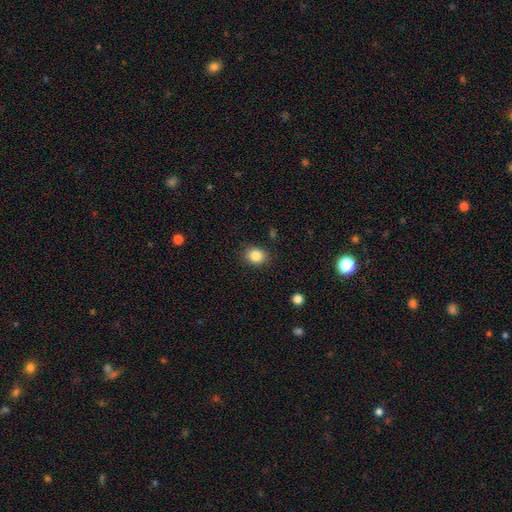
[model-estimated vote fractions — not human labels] A smooth galaxy with no disk features (86%) that is round (59%).

Vote fractions:
- Smooth or featured? smooth: 86% / star or artifact: 10% / featured or disk: 5%
- How rounded? round: 59% / in between: 40% / cigar-shaped: 1%
- Merging? none: 85% / minor disturbance: 10% / major disturbance: 3% / merger: 1%